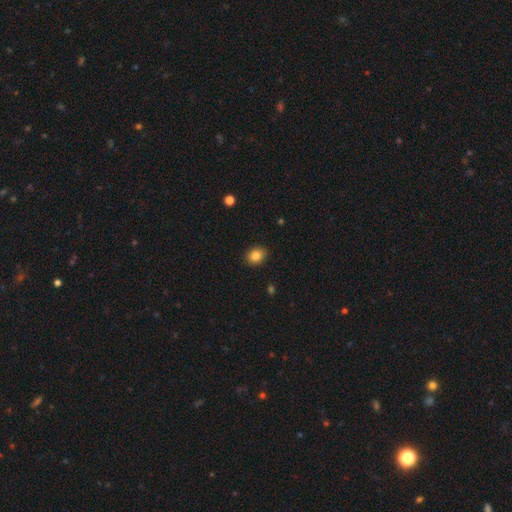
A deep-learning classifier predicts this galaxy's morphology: Smooth or featured? smooth (85%)
How rounded? round (52%)
Merging? none (89%)